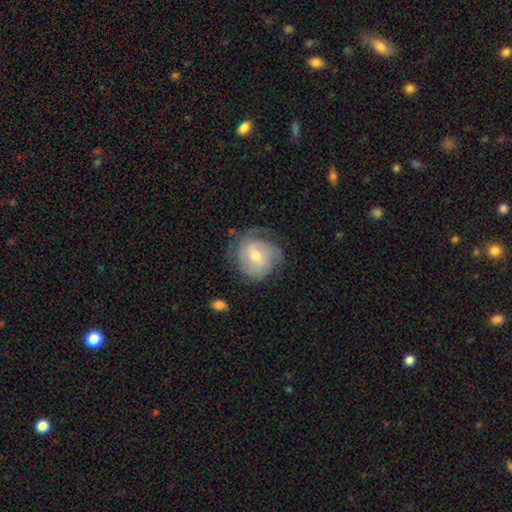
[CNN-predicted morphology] Q: Smooth or featured?
A: featured or disk (61%); runner-up: smooth (33%)
Q: Edge-on disk?
A: no (97%); runner-up: yes (3%)
Q: Bar?
A: weak (48%); runner-up: no (41%)
Q: Spiral arms?
A: yes (85%); runner-up: no (15%)
Q: Bulge size?
A: moderate (56%); runner-up: small (38%)
Q: Merging?
A: none (56%); runner-up: minor disturbance (26%)